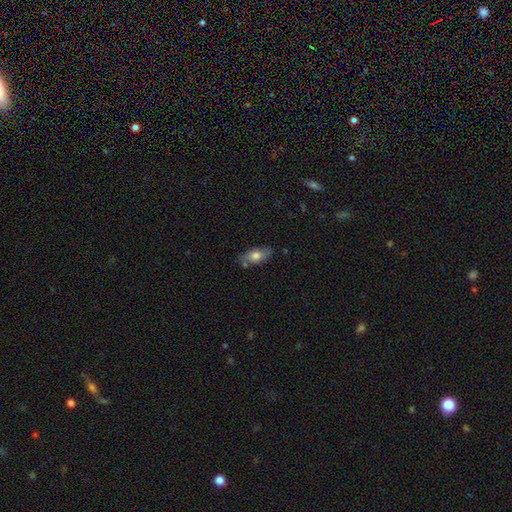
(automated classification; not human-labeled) A smooth galaxy with no disk features (72%) that is in between round and cigar-shaped (86%). Merging: none (72%).